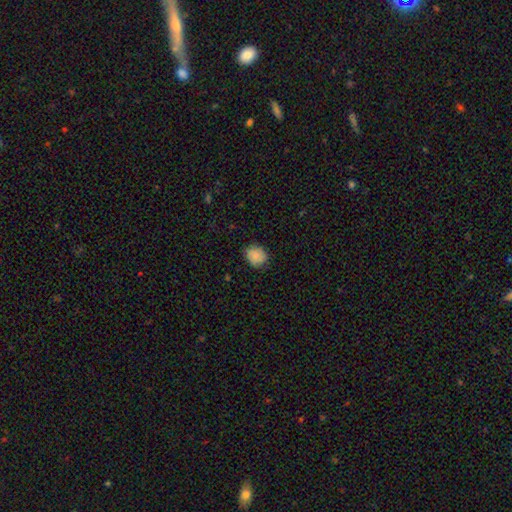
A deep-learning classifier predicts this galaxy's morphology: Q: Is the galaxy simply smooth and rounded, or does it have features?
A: smooth — 83%.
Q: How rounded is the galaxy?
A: round — 66%.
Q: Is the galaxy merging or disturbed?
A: none — 78%.